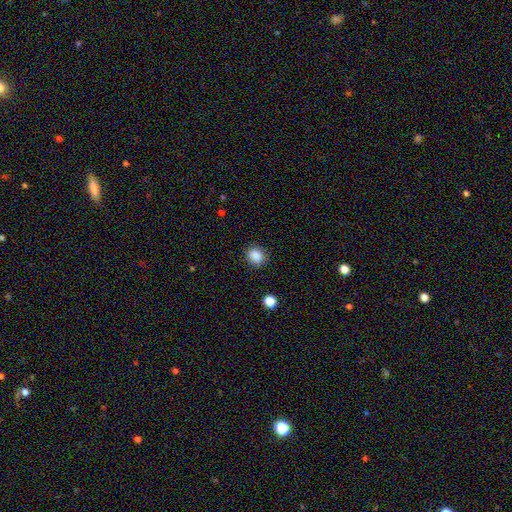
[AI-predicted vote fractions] This is clearly a smooth galaxy (86%). How rounded: likely round (64%). Merging: clearly none (87%).